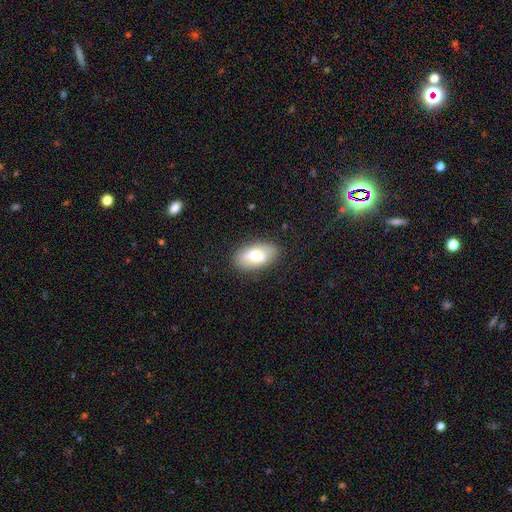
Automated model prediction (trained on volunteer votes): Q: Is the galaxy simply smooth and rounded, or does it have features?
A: smooth — 74%.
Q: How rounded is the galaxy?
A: in between — 93%.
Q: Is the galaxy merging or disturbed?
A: none — 84%.